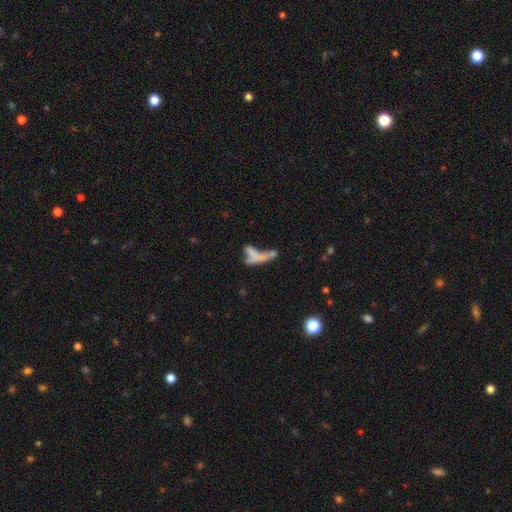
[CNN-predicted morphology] This is possibly a smooth galaxy (52%). How rounded: possibly cigar-shaped (58%). Merging: marginally merger (45%).